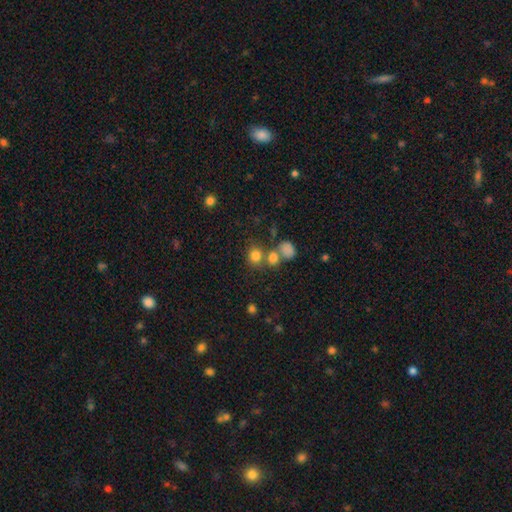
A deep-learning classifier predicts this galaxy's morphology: A smooth galaxy with no disk features (79%) that is round (76%).

Vote fractions:
- Smooth or featured? smooth: 79% / star or artifact: 14% / featured or disk: 7%
- How rounded? round: 76% / in between: 23% / cigar-shaped: 1%
- Merging? none: 58% / merger: 27% / minor disturbance: 10% / major disturbance: 5%